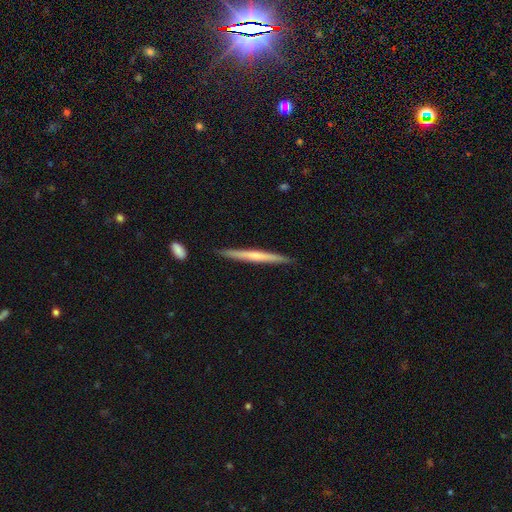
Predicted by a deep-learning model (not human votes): Smooth or featured? Predicted: featured or disk (p=0.51). Edge-on disk? Predicted: yes (p=0.97). Merging? Predicted: none (p=0.90).